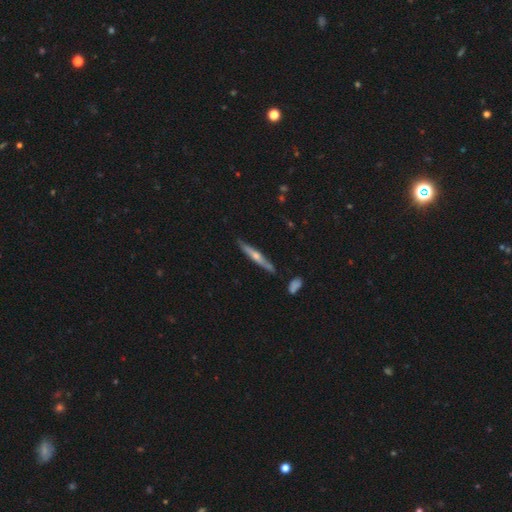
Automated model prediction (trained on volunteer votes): A featured or disk galaxy (66%) viewed edge-on (96%) with a rounded central bulge (81%).

Vote fractions:
- Smooth or featured? featured or disk: 66% / smooth: 28% / star or artifact: 6%
- Edge-on disk? yes: 96% / no: 4%
- Edge-on bulge? rounded: 81% / none: 14% / boxy: 4%
- Merging? none: 86% / minor disturbance: 9% / merger: 3% / major disturbance: 2%